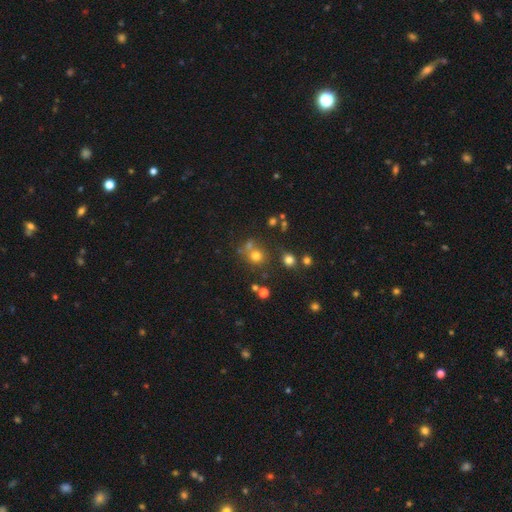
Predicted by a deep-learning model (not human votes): The model was most divided on "merging": none: 63%, merger: 22%, minor disturbance: 10%, major disturbance: 5%. More confident: how rounded — round (86%); smooth or featured — smooth (69%).